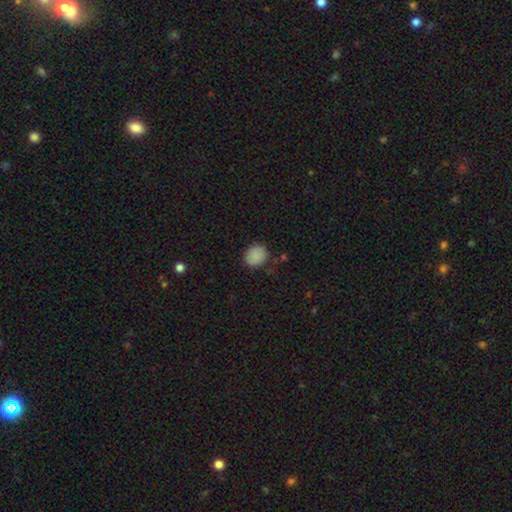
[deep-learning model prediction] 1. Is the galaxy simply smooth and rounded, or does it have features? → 86% smooth, 9% star or artifact, 5% featured or disk.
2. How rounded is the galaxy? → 70% round, 29% in between, 1% cigar-shaped.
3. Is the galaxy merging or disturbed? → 81% none, 14% minor disturbance, 3% major disturbance, 2% merger.